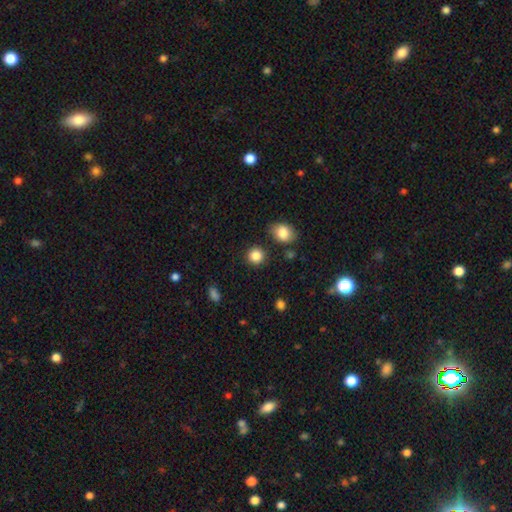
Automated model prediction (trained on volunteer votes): This appears to be a smooth galaxy with no disk features (86%) that is round (89%). Merging: none (87%).